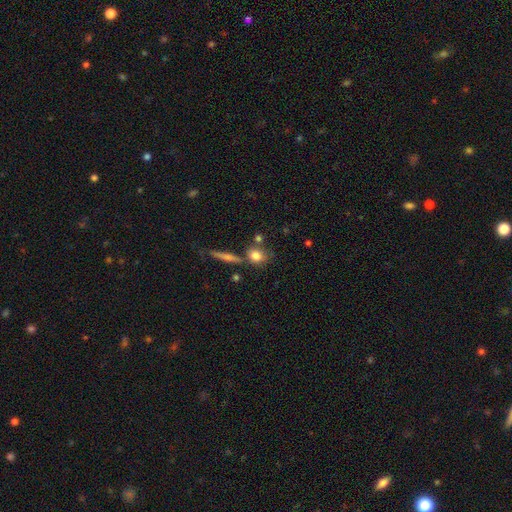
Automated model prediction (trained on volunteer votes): Smooth or featured?
  - smooth: 79% *
  - featured or disk: 12%
  - star or artifact: 10%
How rounded?
  - round: 64% *
  - in between: 30%
  - cigar-shaped: 6%
Merging?
  - none: 64% *
  - merger: 16%
  - minor disturbance: 14%
  - major disturbance: 5%